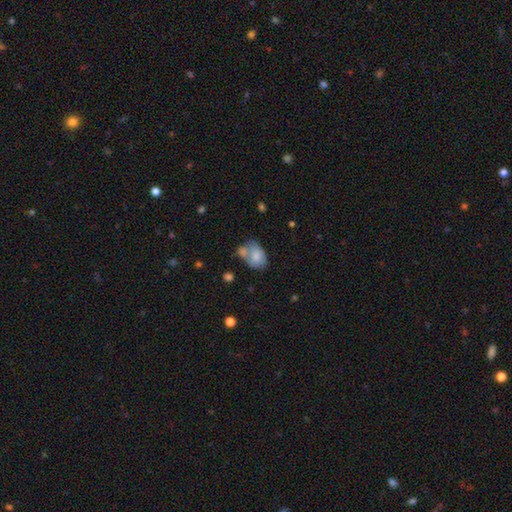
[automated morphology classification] This is likely a smooth galaxy (72%). How rounded: likely in between (76%). Merging: marginally merger (40%).